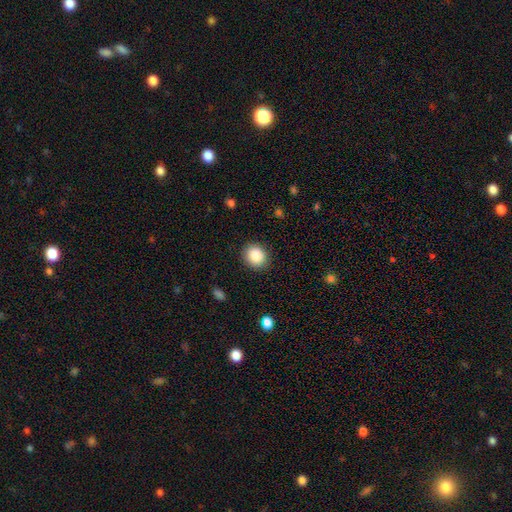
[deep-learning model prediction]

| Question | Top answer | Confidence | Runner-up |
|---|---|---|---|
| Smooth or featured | smooth | 86% | star or artifact (9%) |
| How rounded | round | 73% | in between (26%) |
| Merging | none | 89% | minor disturbance (8%) |